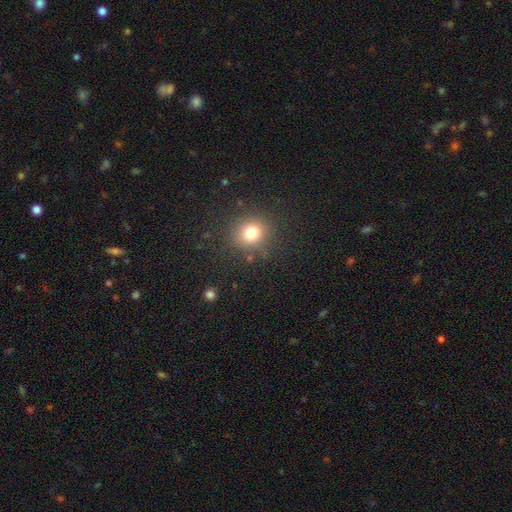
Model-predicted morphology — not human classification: Smooth or featured? smooth (63%)
How rounded? round (91%)
Merging? none (92%)